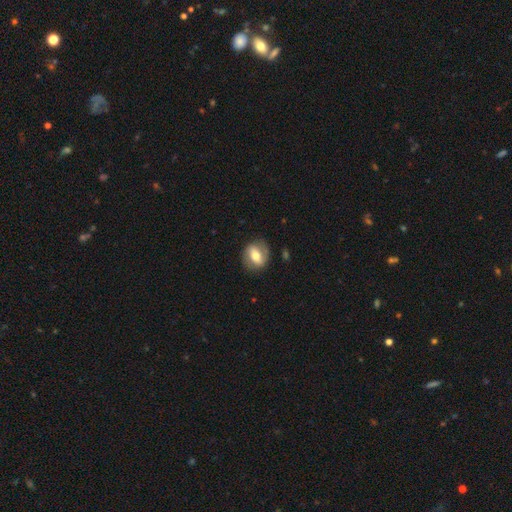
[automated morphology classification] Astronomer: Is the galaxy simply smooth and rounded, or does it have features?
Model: featured or disk — 47% (runner-up: smooth, 46%).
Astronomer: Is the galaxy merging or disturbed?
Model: none — 80%.